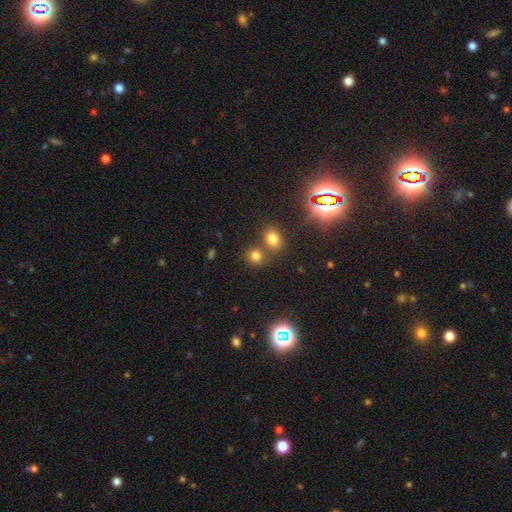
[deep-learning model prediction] Smooth or featured: smooth — 73% (star or artifact — 20%)
How rounded: round — 78% (in between — 21%)
Merging: none — 62% (merger — 26%)